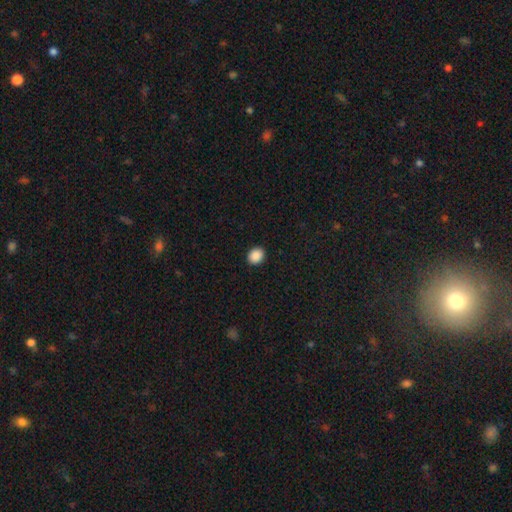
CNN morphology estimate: type=smooth (89%); roundness=round (61%); merging=none (92%).